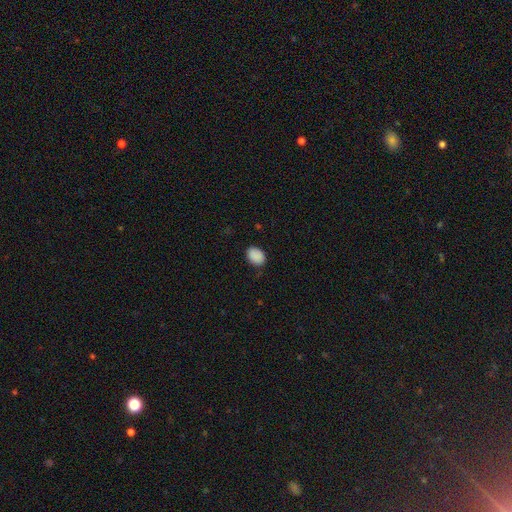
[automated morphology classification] smooth 89%, star or artifact 8%, featured or disk 3%. Down the decision tree: how rounded — in between (74%); merging — none (81%).